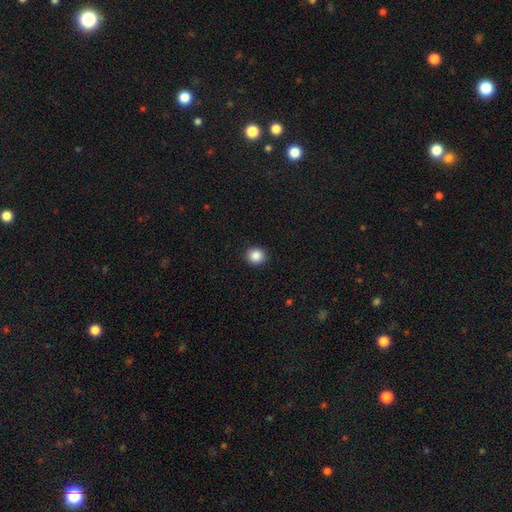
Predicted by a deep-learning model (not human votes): Overall: smooth (88%). How rounded: round (88%). Merging: none (93%).